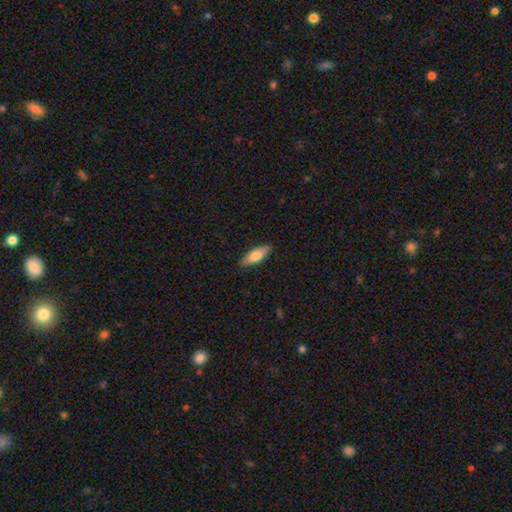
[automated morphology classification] Smooth or featured: smooth — 74% (featured or disk — 20%)
How rounded: in between — 64% (cigar-shaped — 33%)
Merging: none — 88% (minor disturbance — 9%)